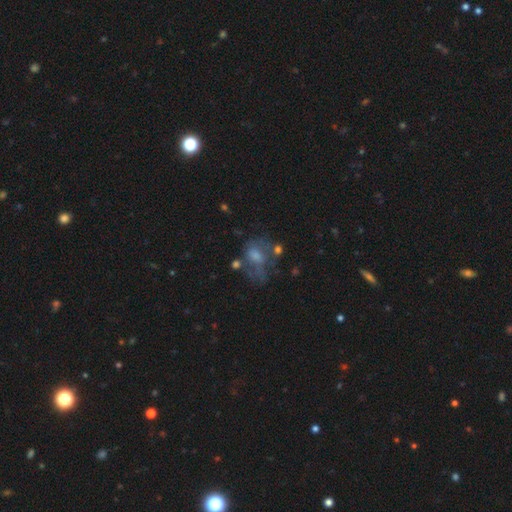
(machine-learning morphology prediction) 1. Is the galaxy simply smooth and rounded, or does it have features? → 44% smooth, 41% featured or disk, 15% star or artifact.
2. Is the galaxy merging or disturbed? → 34% major disturbance, 33% none, 21% minor disturbance, 13% merger.